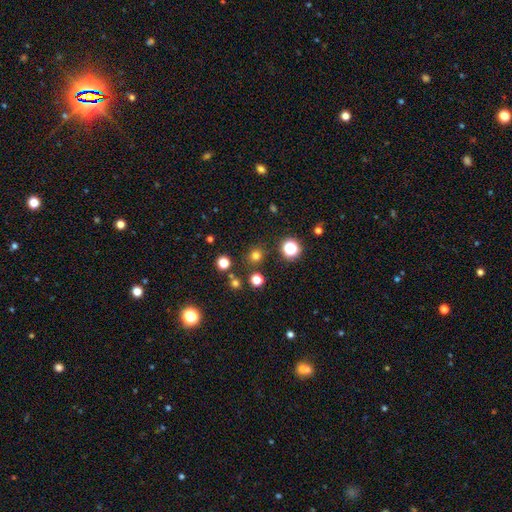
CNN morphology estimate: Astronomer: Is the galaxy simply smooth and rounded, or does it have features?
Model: smooth — 73%.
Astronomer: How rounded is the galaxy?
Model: round — 92%.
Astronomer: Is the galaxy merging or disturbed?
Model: none — 86%.